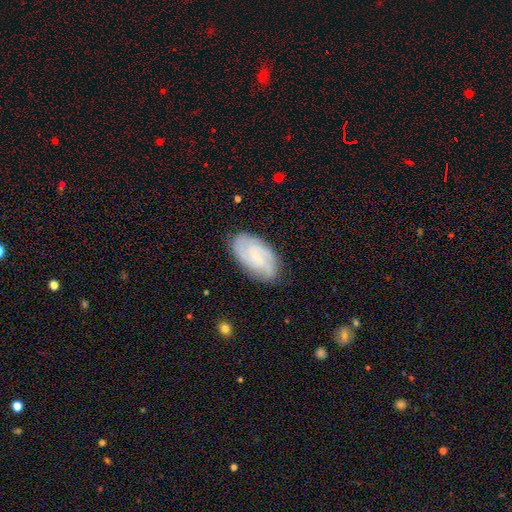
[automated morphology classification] A featured or disk galaxy (74%) with no bar (53%), 3 (29%) tight (57%) spiral arms (96%) and a small central bulge (65%). Merging: none (82%).